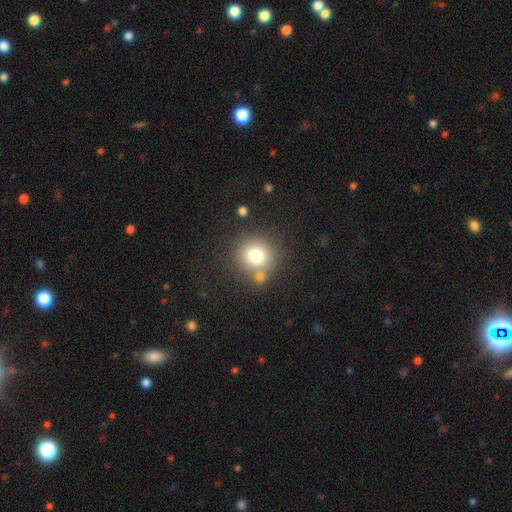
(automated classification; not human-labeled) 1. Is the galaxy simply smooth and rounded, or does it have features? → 76% smooth, 13% star or artifact, 11% featured or disk.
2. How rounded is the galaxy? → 89% round, 10% in between, 1% cigar-shaped.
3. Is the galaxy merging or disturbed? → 71% none, 15% merger, 10% minor disturbance, 4% major disturbance.